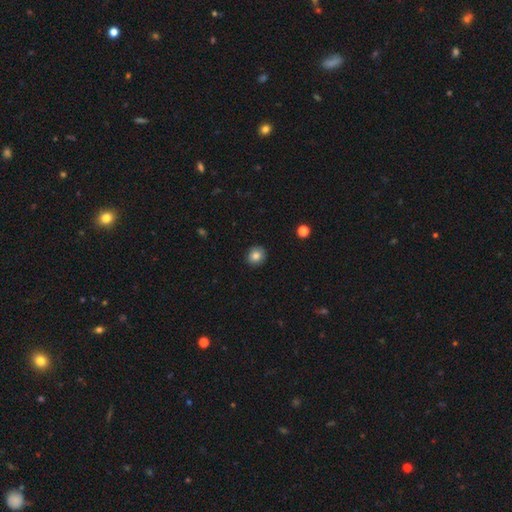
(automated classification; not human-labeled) A smooth galaxy with no disk features (84%) that is round (82%). Merging: none (90%).